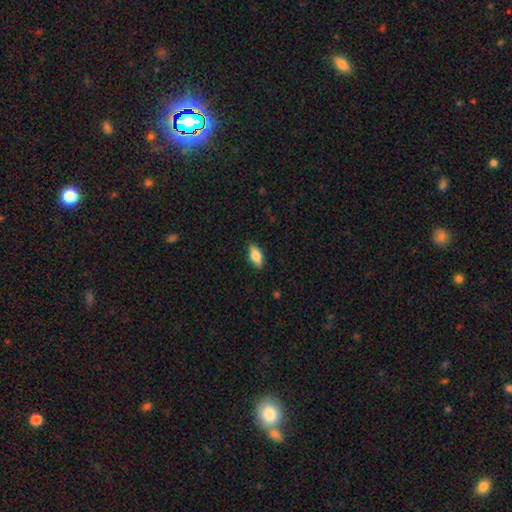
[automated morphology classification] type=smooth (72%); roundness=in between (79%); merging=none (88%).